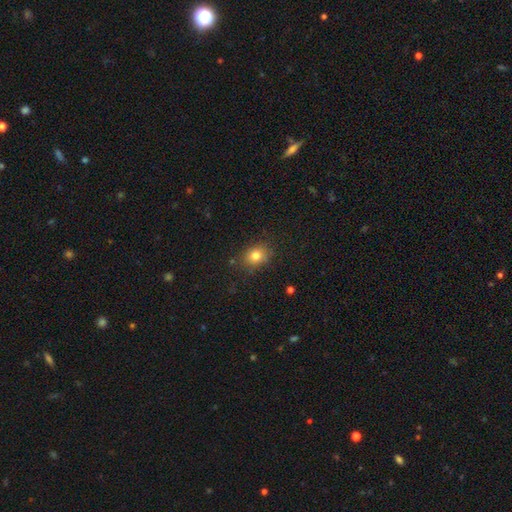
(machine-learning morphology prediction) Smooth or featured: smooth — 80% (star or artifact — 12%)
How rounded: round — 52% (in between — 47%)
Merging: none — 83% (minor disturbance — 12%)